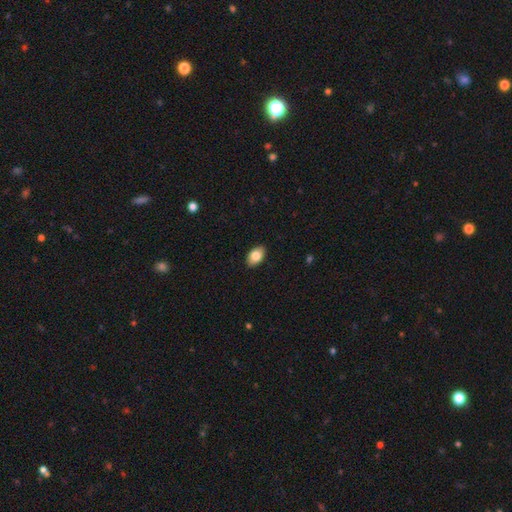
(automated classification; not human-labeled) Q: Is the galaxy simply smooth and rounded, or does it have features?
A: smooth — 84%.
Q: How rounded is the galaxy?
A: in between — 91%.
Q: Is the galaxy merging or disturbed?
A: none — 89%.